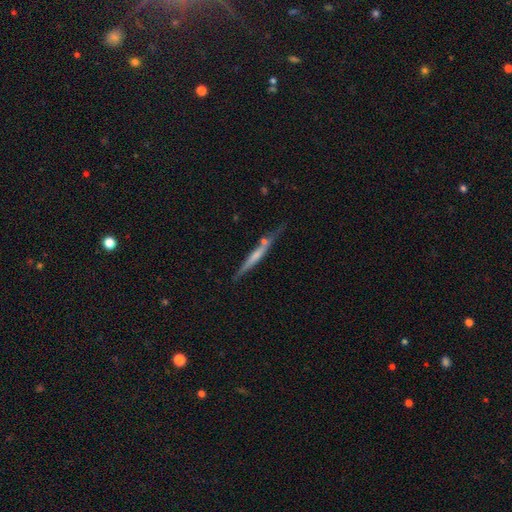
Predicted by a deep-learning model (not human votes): The model was most divided on "smooth or featured": featured or disk: 53%, smooth: 41%, star or artifact: 6%. More confident: edge-on disk — yes (95%); merging — none (70%); edge-on bulge — none (60%).